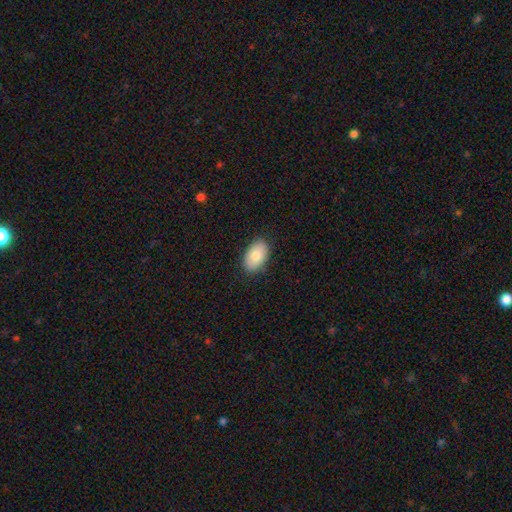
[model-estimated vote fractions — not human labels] Q: Smooth or featured?
A: smooth (80%); runner-up: featured or disk (13%)
Q: How rounded?
A: in between (92%); runner-up: round (7%)
Q: Merging?
A: none (88%); runner-up: minor disturbance (9%)